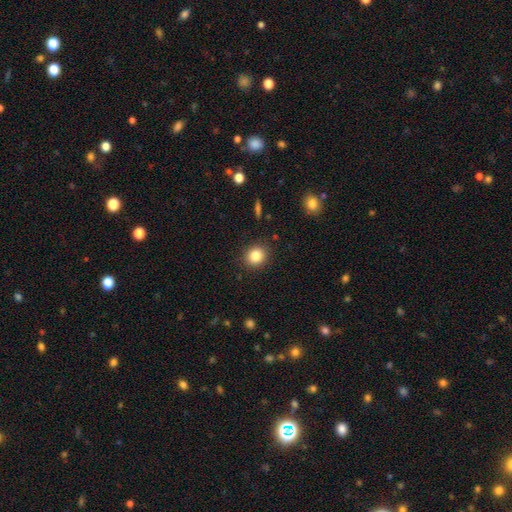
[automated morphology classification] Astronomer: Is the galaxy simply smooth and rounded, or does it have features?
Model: smooth — 84%.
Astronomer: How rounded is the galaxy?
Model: round — 81%.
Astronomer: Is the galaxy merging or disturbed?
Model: none — 90%.